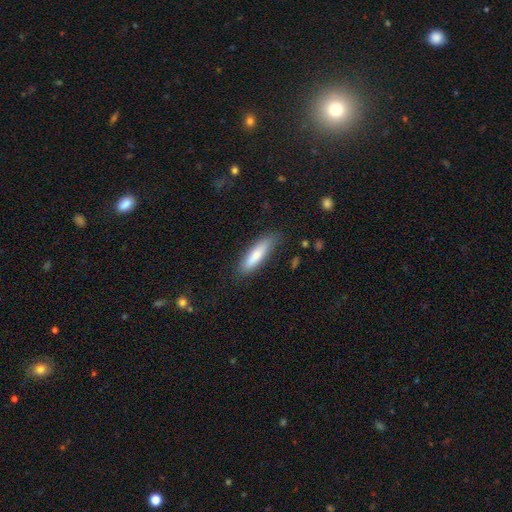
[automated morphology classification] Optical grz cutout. It shows a smooth galaxy with no disk features (78%) that is cigar-shaped (70%). Merging: none (82%).